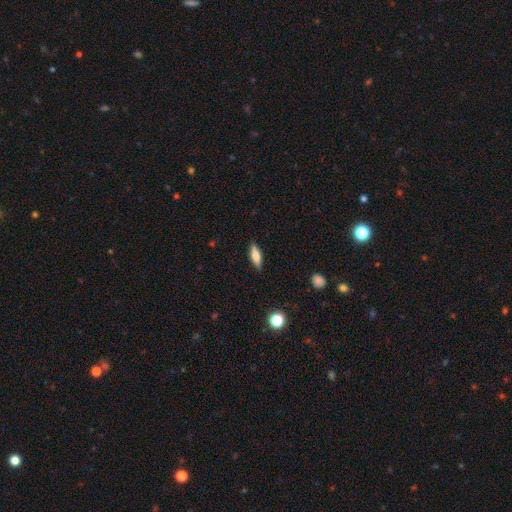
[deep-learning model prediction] Q: Smooth or featured?
A: smooth (69%); runner-up: featured or disk (24%)
Q: How rounded?
A: cigar-shaped (51%); runner-up: in between (46%)
Q: Merging?
A: none (88%); runner-up: minor disturbance (9%)